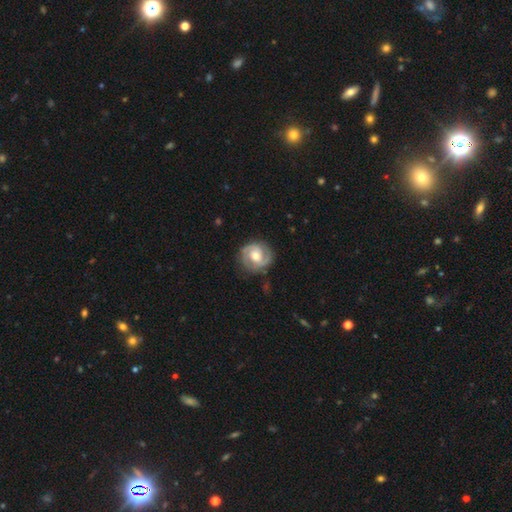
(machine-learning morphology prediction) Smooth or featured? Predicted: featured or disk (p=0.82). Edge-on disk? Predicted: no (p=0.98). Bar? Predicted: no (p=0.53). Spiral arms? Predicted: yes (p=0.94). Spiral winding? Predicted: tight (p=0.52). Spiral arm count? Predicted: 2 (p=0.78). Bulge size? Predicted: moderate (p=0.73). Merging? Predicted: none (p=0.81).